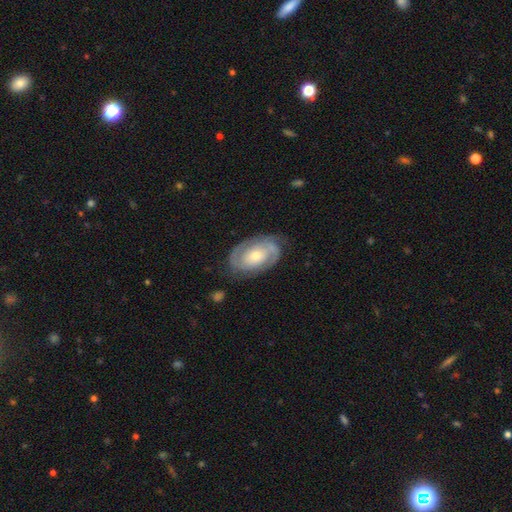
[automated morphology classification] smooth_or_featured: featured or disk (p=0.84) [alt: smooth p=0.11]
disk_edge_on: no (p=0.96) [alt: yes p=0.04]
bar: no (p=0.67) [alt: weak p=0.25]
has_spiral_arms: yes (p=0.95) [alt: no p=0.05]
spiral_winding: tight (p=0.61) [alt: medium p=0.32]
spiral_arm_count: 2 (p=0.81) [alt: can't tell p=0.09]
bulge_size: moderate (p=0.58) [alt: small p=0.34]
merging: none (p=0.79) [alt: minor disturbance p=0.15]